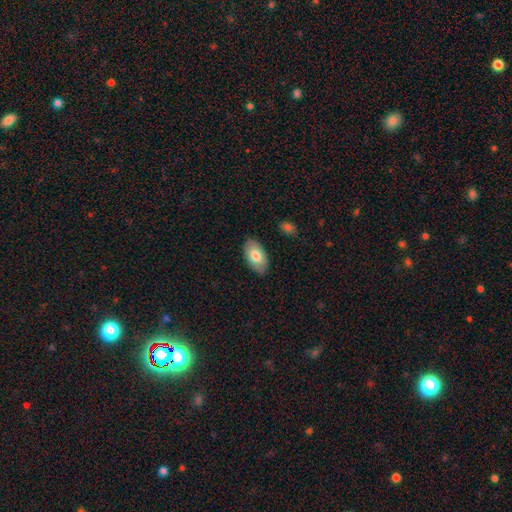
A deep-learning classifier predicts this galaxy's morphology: type=smooth (74%); roundness=in between (95%); merging=none (86%).